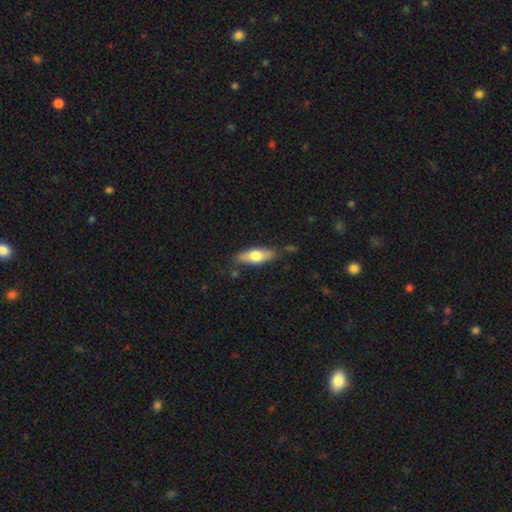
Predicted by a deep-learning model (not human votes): Smooth or featured: smooth — 62% (featured or disk — 32%)
How rounded: in between — 62% (cigar-shaped — 35%)
Merging: none — 80% (minor disturbance — 15%)